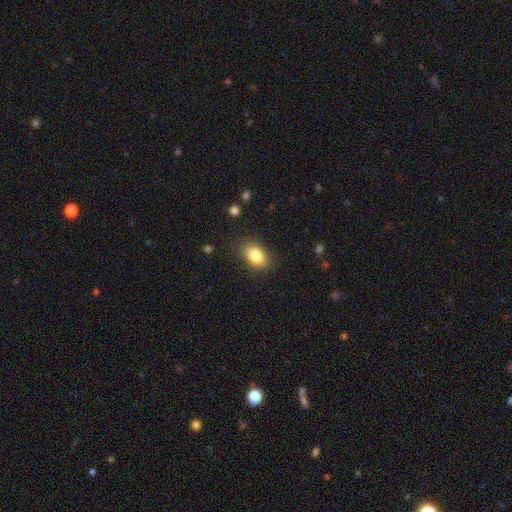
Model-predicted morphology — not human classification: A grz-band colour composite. It shows a smooth galaxy with no disk features (83%) that is in between round and cigar-shaped (84%). Merging: none (84%).